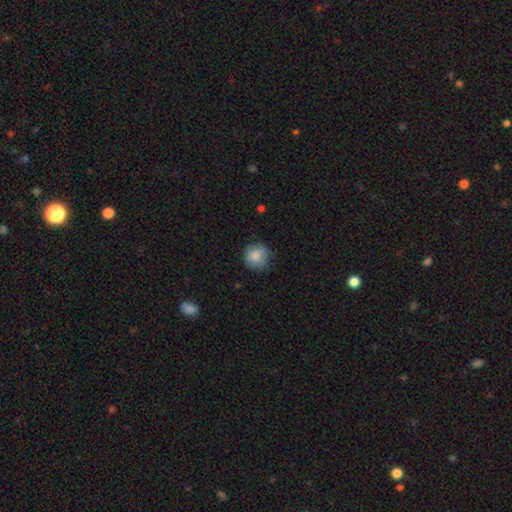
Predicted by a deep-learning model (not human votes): Q: Smooth or featured?
A: smooth (84%); runner-up: featured or disk (8%)
Q: How rounded?
A: round (91%); runner-up: in between (8%)
Q: Merging?
A: none (77%); runner-up: minor disturbance (18%)